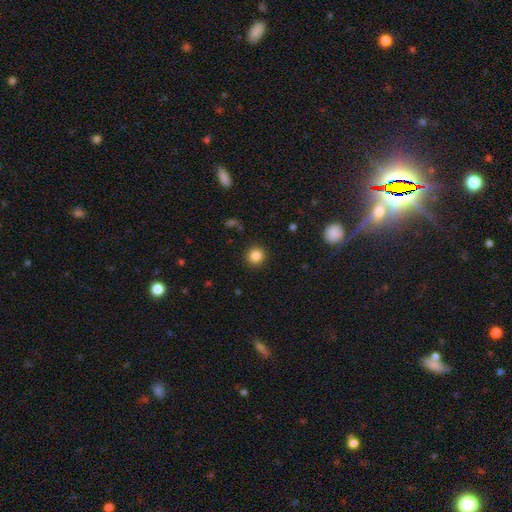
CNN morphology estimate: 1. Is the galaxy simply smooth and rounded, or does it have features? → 85% smooth, 11% star or artifact, 4% featured or disk.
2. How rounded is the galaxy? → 94% round, 5% in between, 1% cigar-shaped.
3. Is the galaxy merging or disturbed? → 92% none, 5% minor disturbance, 2% major disturbance, 1% merger.